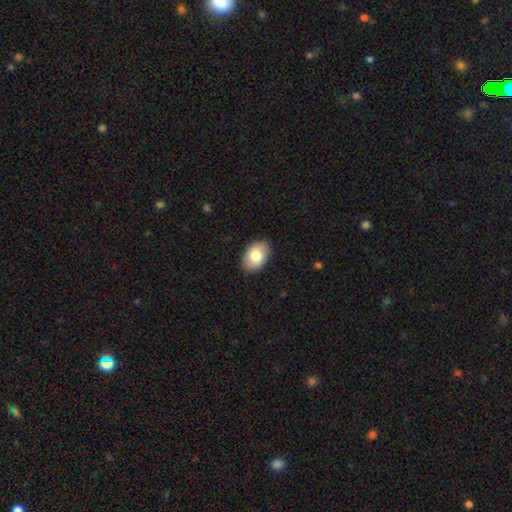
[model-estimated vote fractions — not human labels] Overall: smooth (81%). How rounded: in between (88%). Merging: none (88%).